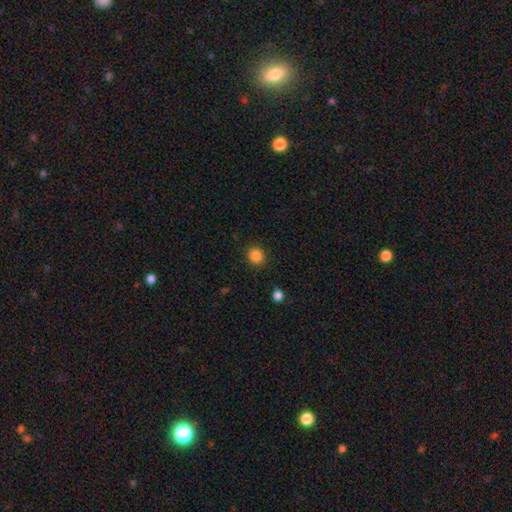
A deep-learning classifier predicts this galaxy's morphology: Overall: smooth (86%). How rounded: round (81%). Merging: none (89%).